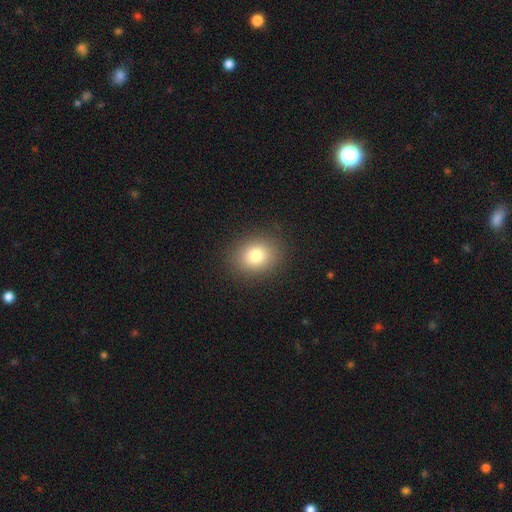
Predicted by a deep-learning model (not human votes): The model was most divided on "how rounded": round: 61%, in between: 39%, cigar-shaped: 1%. More confident: merging — none (89%); smooth or featured — smooth (79%).